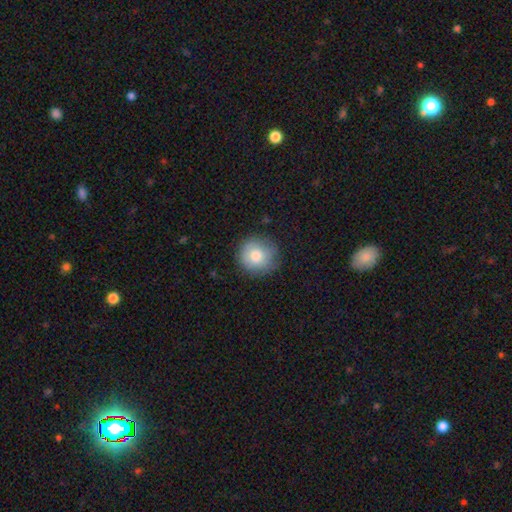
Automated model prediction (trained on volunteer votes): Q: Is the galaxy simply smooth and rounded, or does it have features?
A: smooth — 79%.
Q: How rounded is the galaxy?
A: round — 93%.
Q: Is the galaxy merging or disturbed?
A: none — 80%.